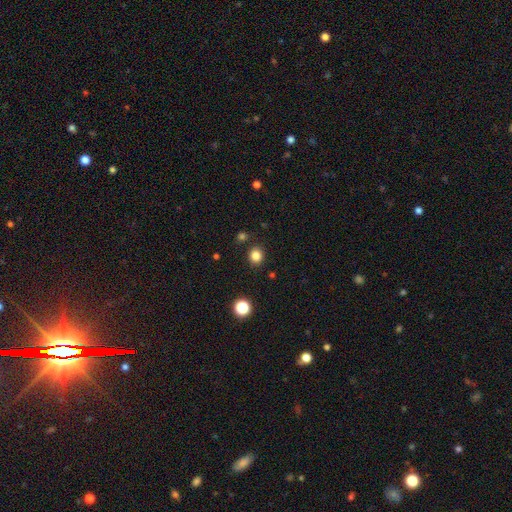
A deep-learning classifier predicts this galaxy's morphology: A smooth galaxy with no disk features (83%) that is round (81%). Merging: none (88%).